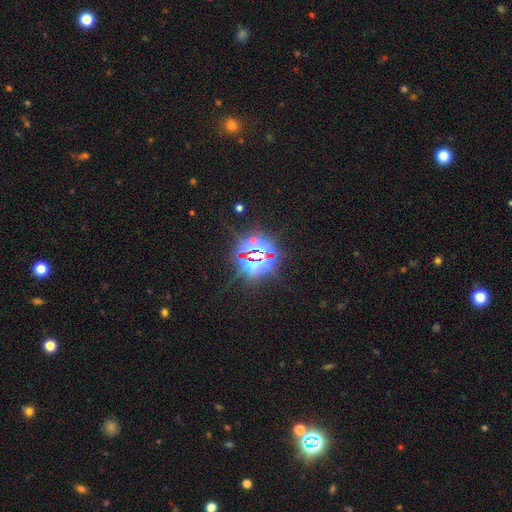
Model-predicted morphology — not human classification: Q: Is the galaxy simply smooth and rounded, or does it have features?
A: star or artifact — 83%.